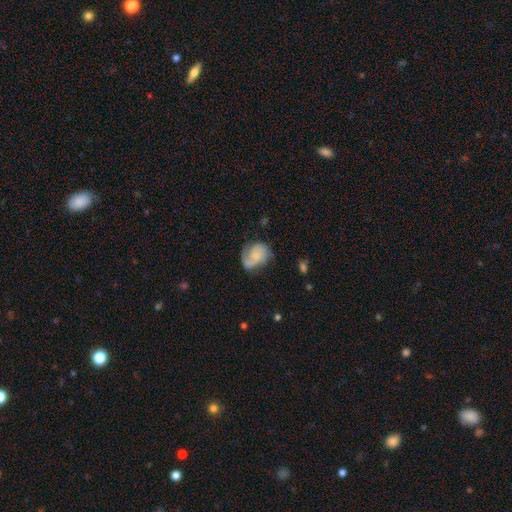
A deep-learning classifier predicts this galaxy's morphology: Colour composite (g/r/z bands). It shows a featured or disk galaxy (67%) with no bar (71%), 2 (58%) medium (42%) spiral arms (93%) and a small central bulge (59%). Merging: none (61%).